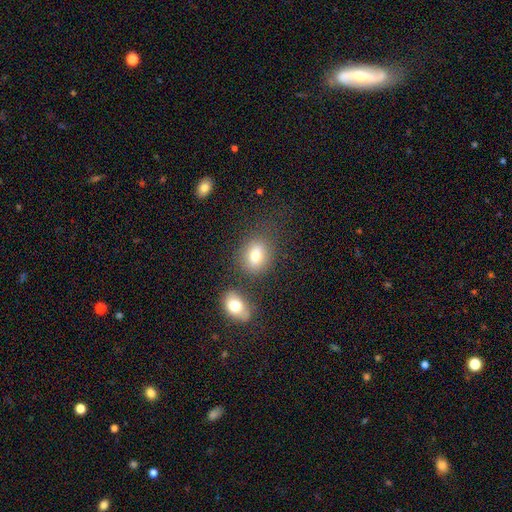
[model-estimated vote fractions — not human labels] Smooth or featured? smooth (77%)
How rounded? in between (52%)
Merging? none (67%)